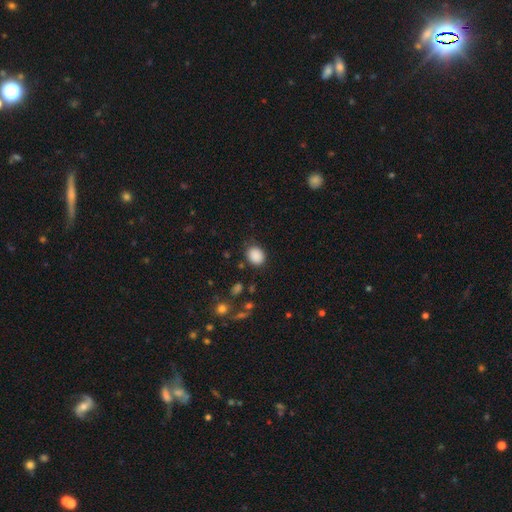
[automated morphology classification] A smooth galaxy with no disk features (88%) that is round (58%).

Vote fractions:
- Smooth or featured? smooth: 88% / star or artifact: 9% / featured or disk: 3%
- How rounded? round: 58% / in between: 41% / cigar-shaped: 1%
- Merging? none: 83% / minor disturbance: 12% / major disturbance: 4% / merger: 2%